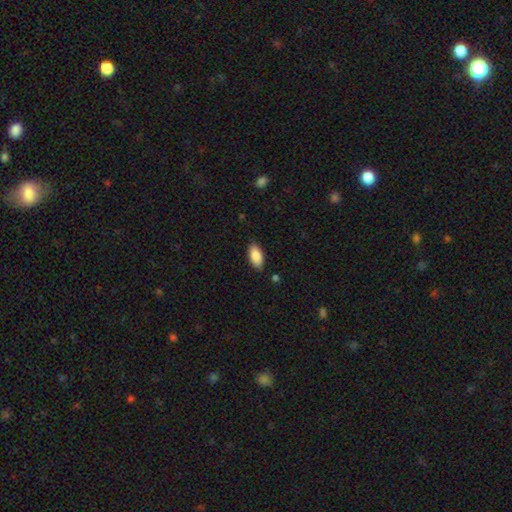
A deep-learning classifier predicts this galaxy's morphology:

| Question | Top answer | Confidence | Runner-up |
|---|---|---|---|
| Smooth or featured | smooth | 88% | star or artifact (6%) |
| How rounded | in between | 91% | cigar-shaped (7%) |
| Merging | none | 86% | minor disturbance (10%) |